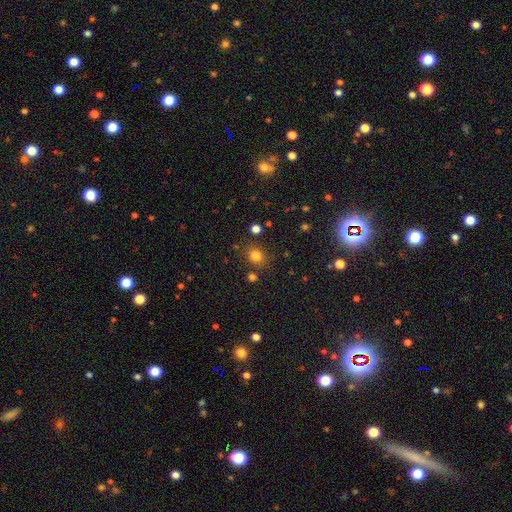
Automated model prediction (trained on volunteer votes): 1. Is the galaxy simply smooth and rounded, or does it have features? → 78% smooth, 15% star or artifact, 6% featured or disk.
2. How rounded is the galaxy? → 69% round, 30% in between, 1% cigar-shaped.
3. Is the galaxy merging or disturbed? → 78% none, 12% minor disturbance, 6% merger, 4% major disturbance.